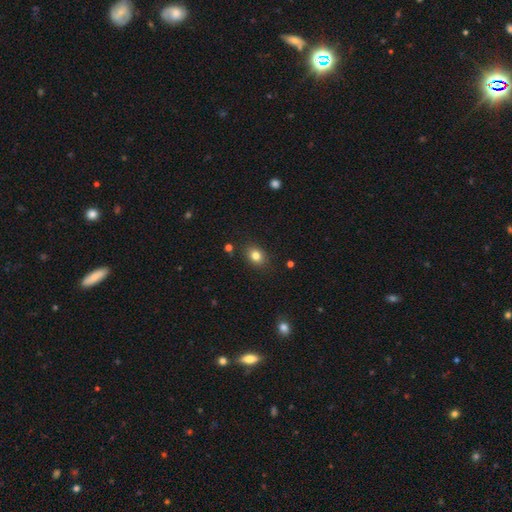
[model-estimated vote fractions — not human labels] This appears to be a smooth galaxy with no disk features (81%) that is in between round and cigar-shaped (55%). Merging: none (86%).